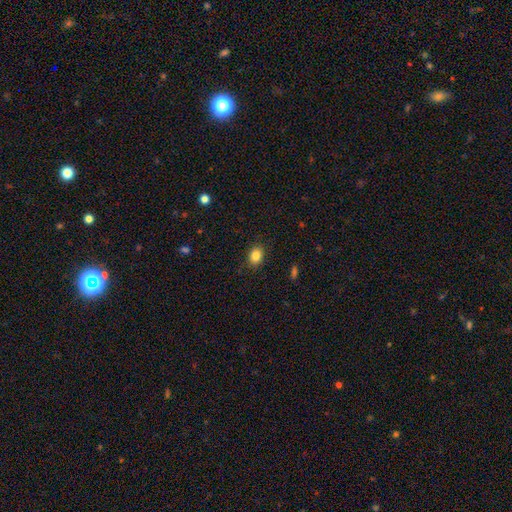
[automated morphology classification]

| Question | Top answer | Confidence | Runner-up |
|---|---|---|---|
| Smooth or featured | smooth | 84% | star or artifact (10%) |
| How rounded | in between | 62% | round (37%) |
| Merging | none | 87% | minor disturbance (10%) |